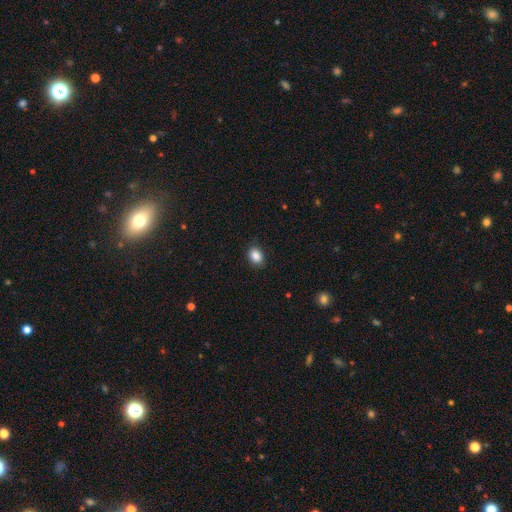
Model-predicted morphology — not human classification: Smooth or featured? smooth (88%)
How rounded? in between (69%)
Merging? none (86%)